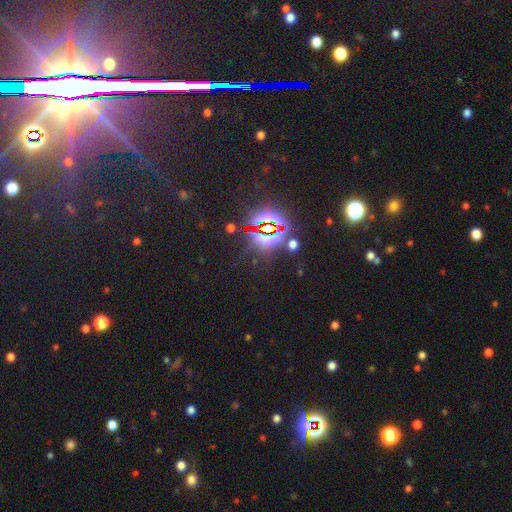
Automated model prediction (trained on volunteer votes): smooth_or_featured: star or artifact (p=0.84) [alt: smooth p=0.08]